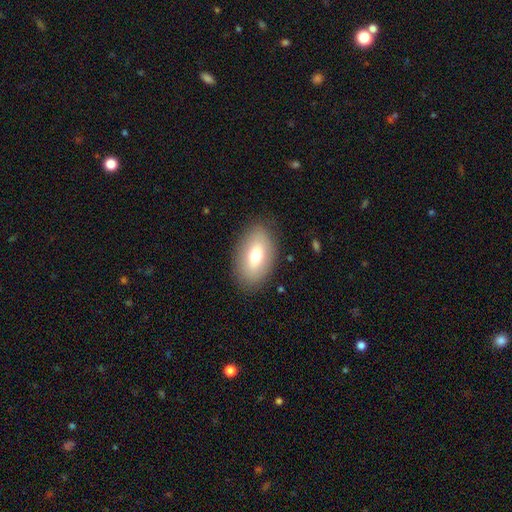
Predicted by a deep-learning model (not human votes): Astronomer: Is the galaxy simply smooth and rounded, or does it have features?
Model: smooth — 69%.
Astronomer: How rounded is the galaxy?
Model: in between — 89%.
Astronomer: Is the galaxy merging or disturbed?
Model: none — 85%.